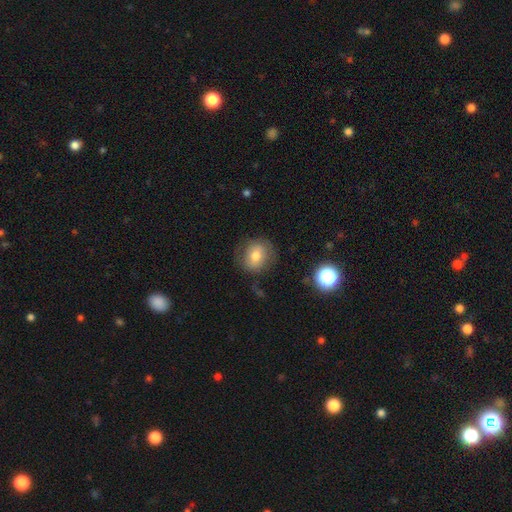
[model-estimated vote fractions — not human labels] A smooth galaxy with no disk features (70%) that is round (71%). Merging: none (73%).